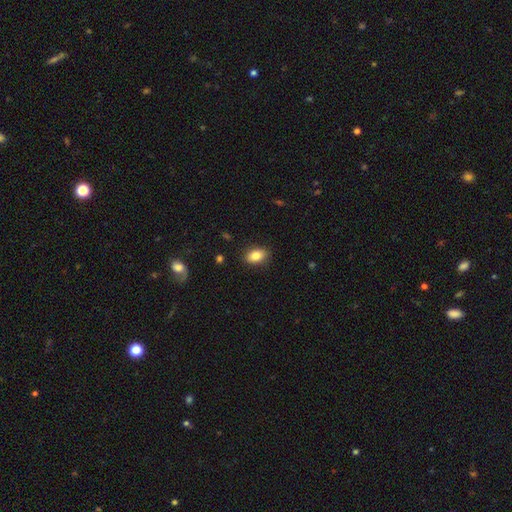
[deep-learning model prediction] smooth_or_featured: smooth (p=0.84) [alt: star or artifact p=0.08]
how_rounded: in between (p=0.88) [alt: round p=0.10]
merging: none (p=0.87) [alt: minor disturbance p=0.10]